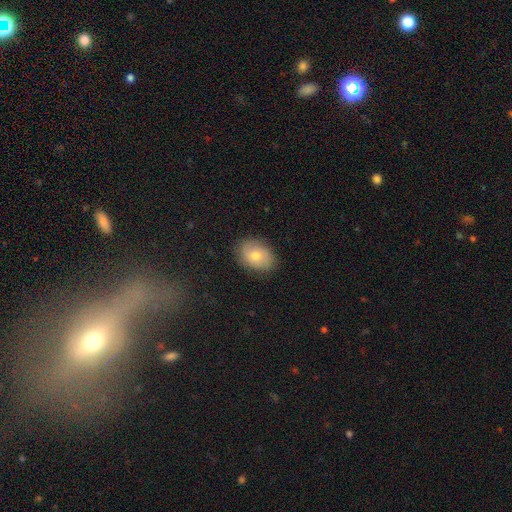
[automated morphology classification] smooth 71%, featured or disk 20%, star or artifact 9%. Down the decision tree: how rounded — in between (75%); merging — none (84%).